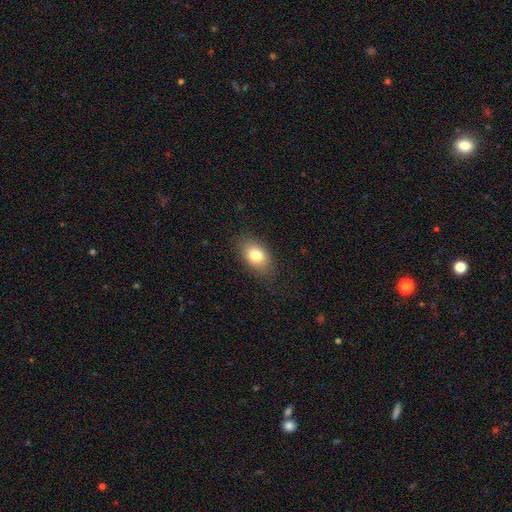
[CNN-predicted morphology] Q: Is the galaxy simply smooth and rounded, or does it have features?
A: smooth — 78%.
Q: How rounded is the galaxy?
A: in between — 82%.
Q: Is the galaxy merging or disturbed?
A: none — 82%.